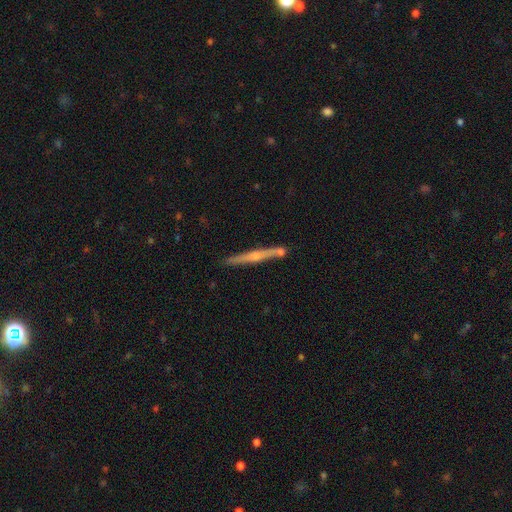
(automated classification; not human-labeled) A featured or disk galaxy (63%) viewed edge-on (97%) with a rounded central bulge (67%). Merging: none (80%).